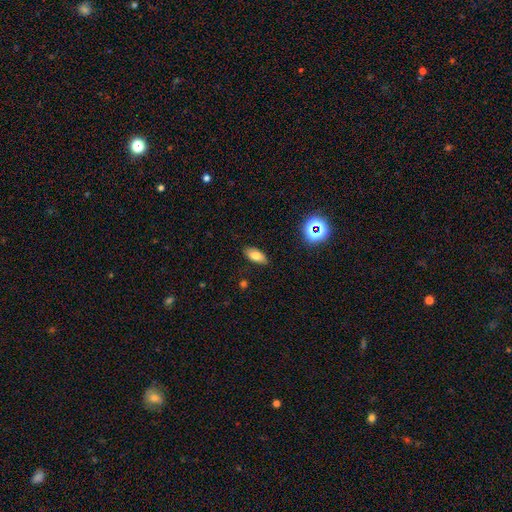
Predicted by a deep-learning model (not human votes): Q: Smooth or featured?
A: smooth (76%); runner-up: featured or disk (13%)
Q: How rounded?
A: in between (87%); runner-up: cigar-shaped (9%)
Q: Merging?
A: none (87%); runner-up: minor disturbance (10%)